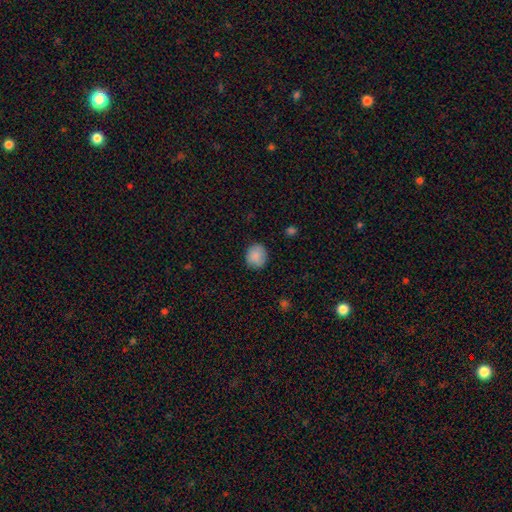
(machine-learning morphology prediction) Smooth or featured? Predicted: smooth (p=0.88). How rounded? Predicted: round (p=0.78). Merging? Predicted: none (p=0.86).